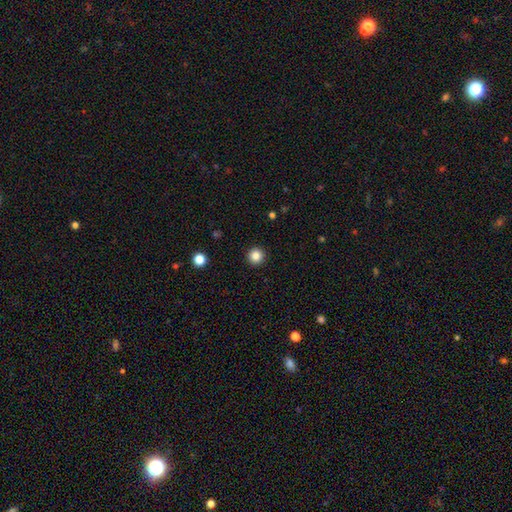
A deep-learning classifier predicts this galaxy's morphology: type=smooth (84%); roundness=round (96%); merging=none (94%).